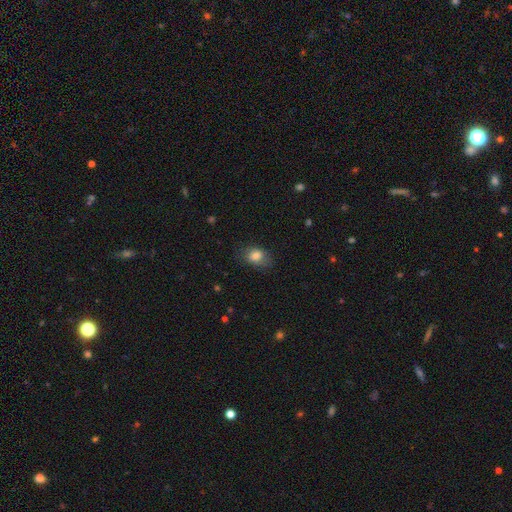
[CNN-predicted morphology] A smooth galaxy with no disk features (79%) that is in between round and cigar-shaped (72%). Merging: none (68%).